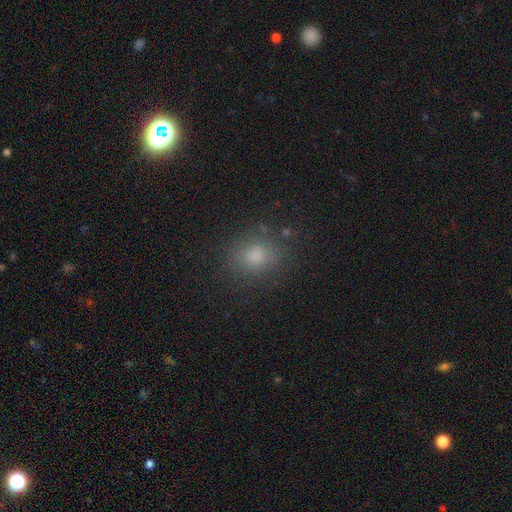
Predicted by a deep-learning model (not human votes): Smooth or featured?
  - smooth: 78% *
  - star or artifact: 15%
  - featured or disk: 7%
How rounded?
  - round: 54% *
  - in between: 44%
  - cigar-shaped: 1%
Merging?
  - none: 80% *
  - minor disturbance: 13%
  - major disturbance: 5%
  - merger: 2%